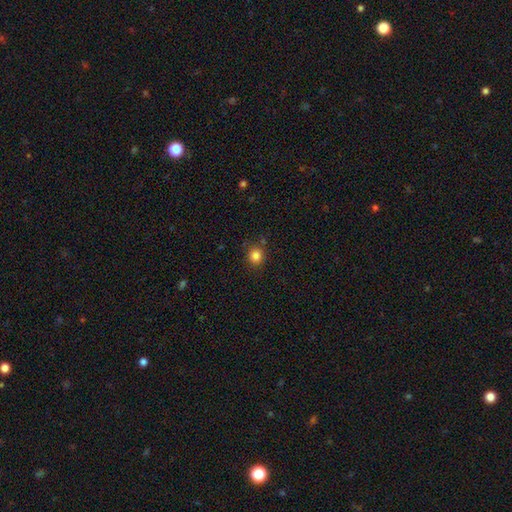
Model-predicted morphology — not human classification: Smooth or featured? Predicted: smooth (p=0.84). How rounded? Predicted: round (p=0.90). Merging? Predicted: none (p=0.84).